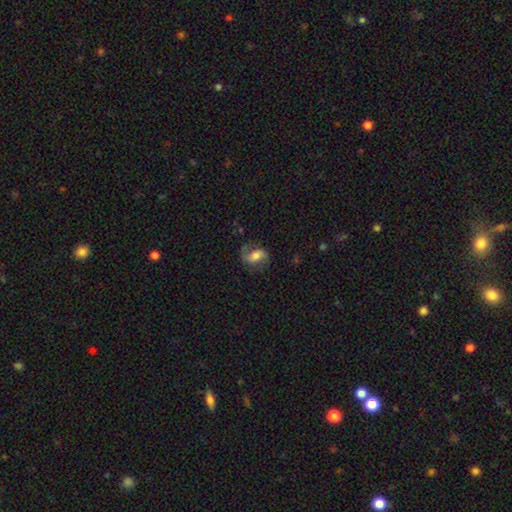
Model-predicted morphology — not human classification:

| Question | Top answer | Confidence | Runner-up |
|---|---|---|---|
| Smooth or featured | featured or disk | 51% | smooth (41%) |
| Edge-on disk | no | 95% | yes (5%) |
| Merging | none | 64% | minor disturbance (21%) |